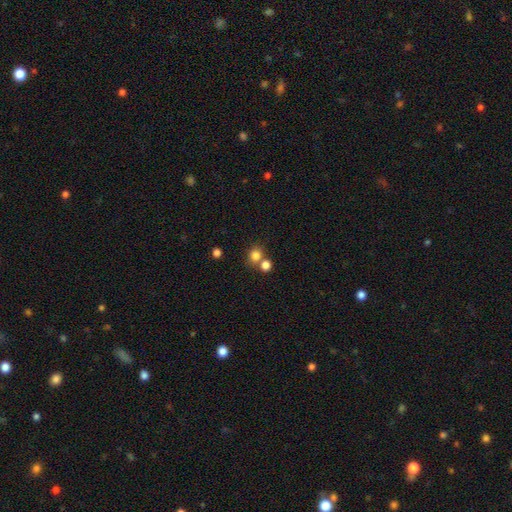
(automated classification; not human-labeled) Smooth or featured? smooth (80%)
How rounded? round (80%)
Merging? none (57%)